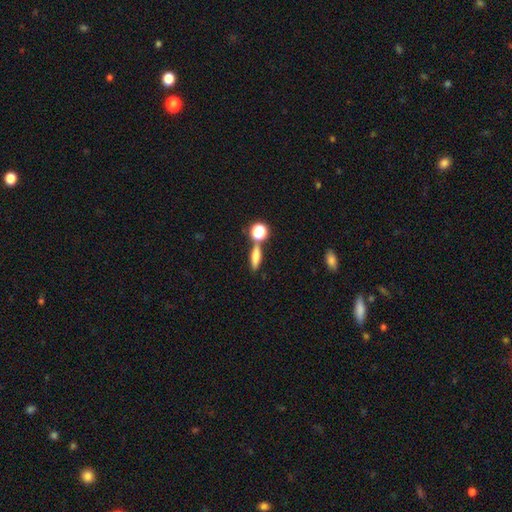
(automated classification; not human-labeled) A smooth galaxy with no disk features (71%) that is cigar-shaped (52%).

Vote fractions:
- Smooth or featured? smooth: 71% / featured or disk: 17% / star or artifact: 12%
- How rounded? cigar-shaped: 52% / in between: 35% / round: 13%
- Merging? none: 65% / merger: 20% / minor disturbance: 11% / major disturbance: 4%